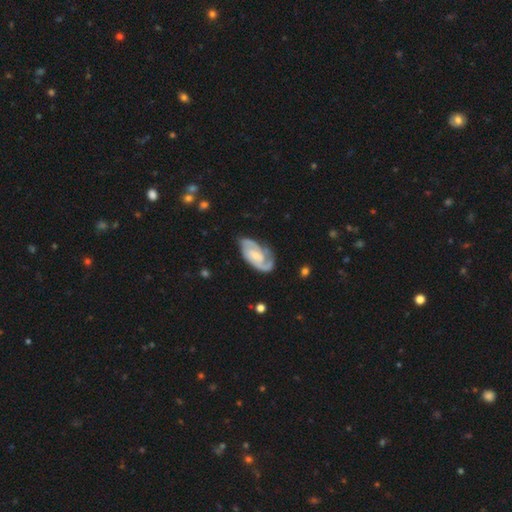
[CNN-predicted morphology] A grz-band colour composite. It shows a featured or disk galaxy (86%) with no bar (55%), 2 (78%) tight (49%) spiral arms (96%) and a small central bulge (64%). Merging: none (68%).